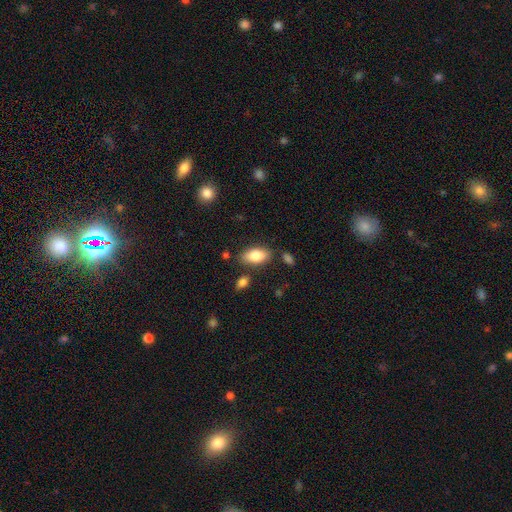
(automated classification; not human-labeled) smooth-or-featured: smooth: 83% | featured or disk: 11% | star or artifact: 7%
  how-rounded: in between: 91% | cigar-shaped: 5% | round: 4%
  merging: none: 80% | minor disturbance: 13% | merger: 4% | major disturbance: 3%